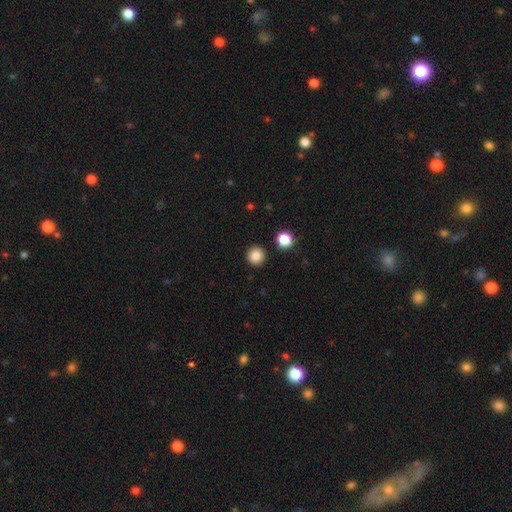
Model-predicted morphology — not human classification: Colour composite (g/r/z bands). It shows a smooth galaxy with no disk features (86%) that is round (95%). Merging: none (92%).